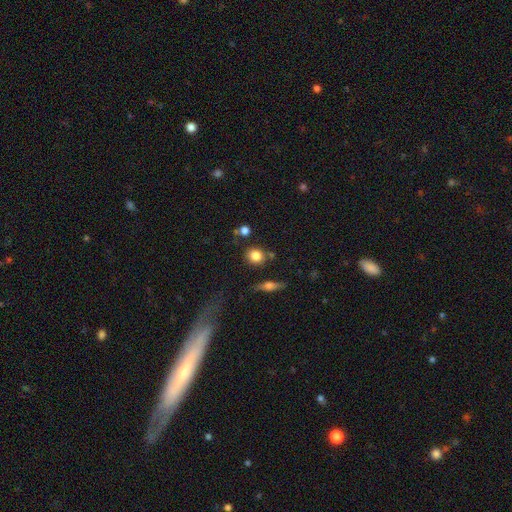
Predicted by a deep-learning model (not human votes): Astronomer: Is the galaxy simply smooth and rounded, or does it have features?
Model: smooth — 81%.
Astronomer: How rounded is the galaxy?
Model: round — 82%.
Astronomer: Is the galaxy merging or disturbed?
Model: none — 77%.